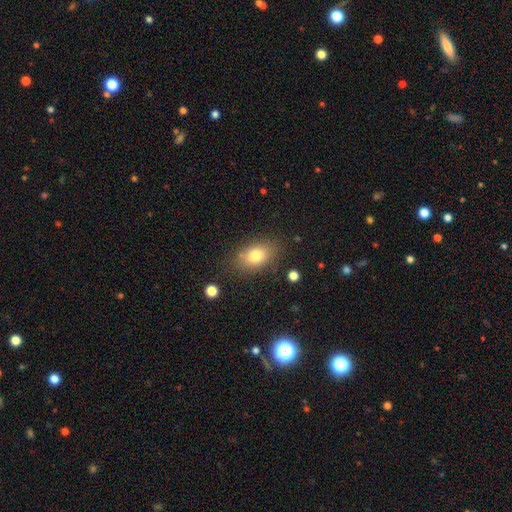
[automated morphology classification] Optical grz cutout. It shows a smooth galaxy with no disk features (78%) that is in between round and cigar-shaped (84%). Merging: none (78%).